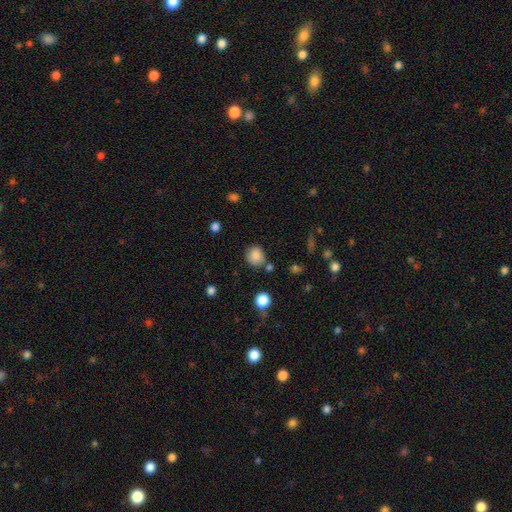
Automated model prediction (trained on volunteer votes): Morphology: type=smooth (85%); roundness=round (81%); merging=none (75%).